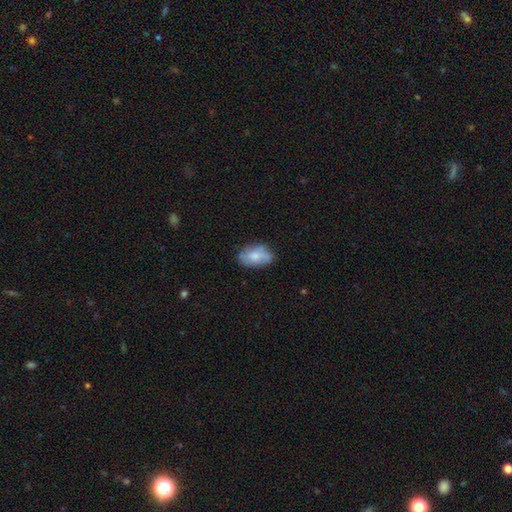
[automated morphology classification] The model was most divided on "merging": none: 62%, minor disturbance: 28%, major disturbance: 7%, merger: 2%. More confident: how rounded — in between (91%); smooth or featured — smooth (71%).